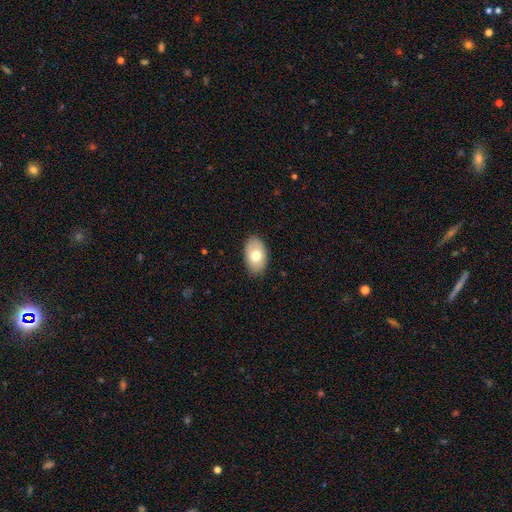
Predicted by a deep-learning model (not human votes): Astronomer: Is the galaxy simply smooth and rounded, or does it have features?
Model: smooth — 72%.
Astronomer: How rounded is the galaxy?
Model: in between — 90%.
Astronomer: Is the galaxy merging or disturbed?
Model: none — 86%.